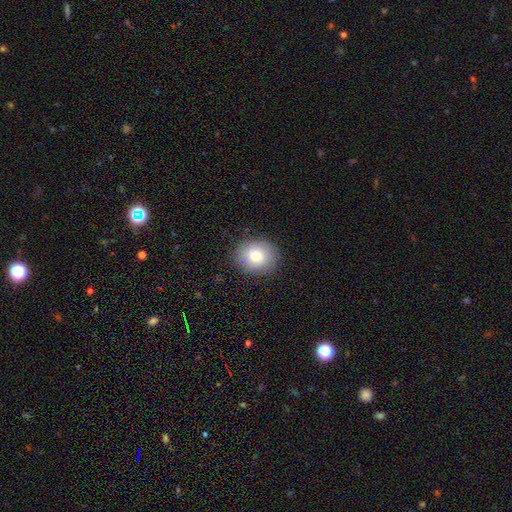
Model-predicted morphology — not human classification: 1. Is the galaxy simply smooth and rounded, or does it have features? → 81% smooth, 11% featured or disk, 8% star or artifact.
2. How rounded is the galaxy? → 59% round, 40% in between, 1% cigar-shaped.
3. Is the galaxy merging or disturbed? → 86% none, 10% minor disturbance, 3% major disturbance, 1% merger.